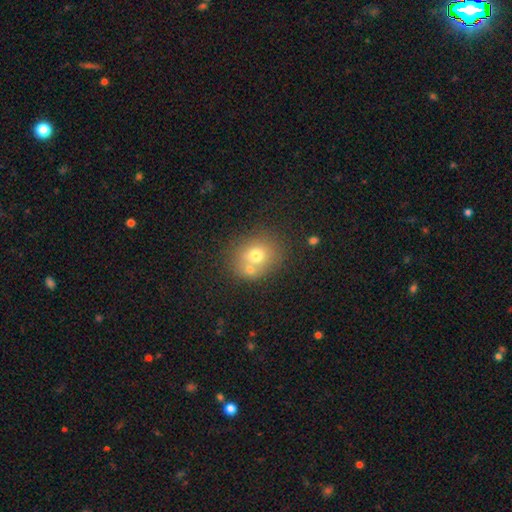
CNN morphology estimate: type=smooth (68%); roundness=round (71%); merging=none (52%).